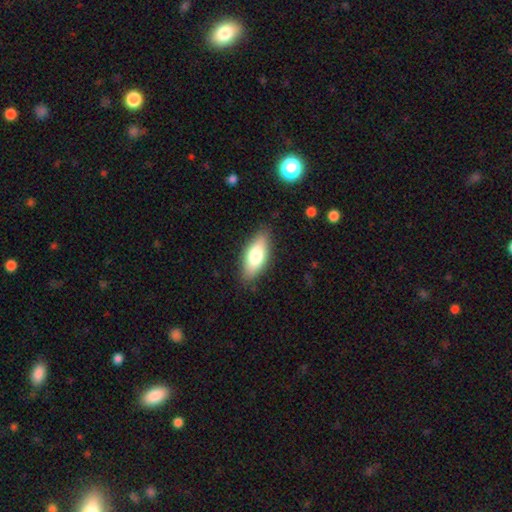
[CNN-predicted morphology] Smooth or featured? smooth (75%)
How rounded? in between (81%)
Merging? none (84%)